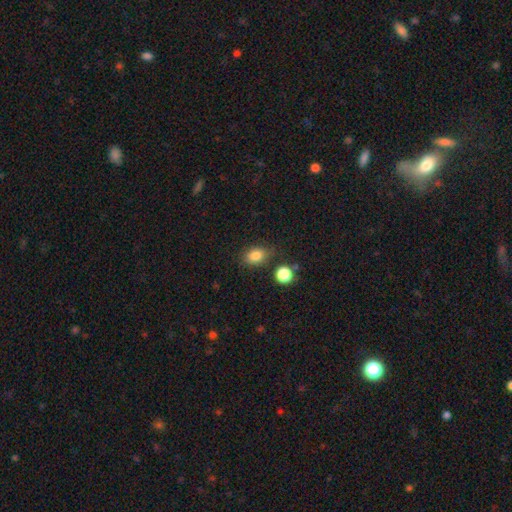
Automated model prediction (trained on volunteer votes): Smooth or featured? smooth (83%)
How rounded? in between (69%)
Merging? none (76%)